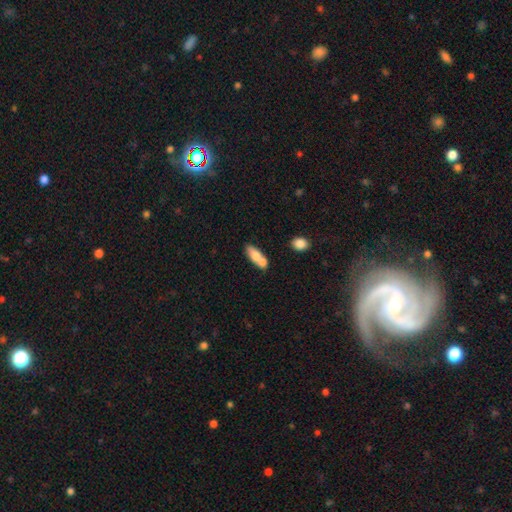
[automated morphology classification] Q: Smooth or featured?
A: smooth (72%); runner-up: featured or disk (21%)
Q: How rounded?
A: in between (71%); runner-up: cigar-shaped (26%)
Q: Merging?
A: merger (43%); runner-up: none (40%)